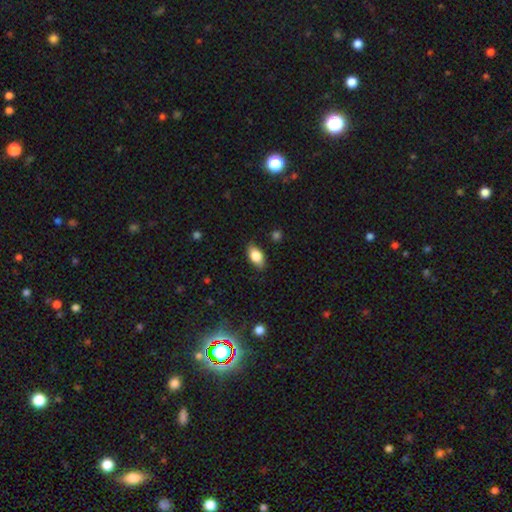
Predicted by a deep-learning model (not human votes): Smooth or featured? smooth (80%)
How rounded? in between (89%)
Merging? none (82%)